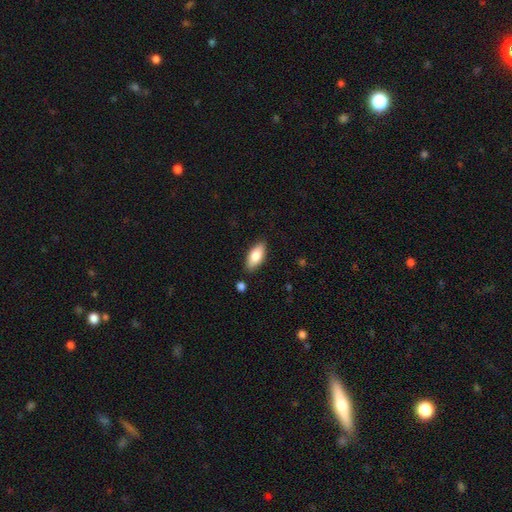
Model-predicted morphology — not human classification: Smooth or featured? Predicted: smooth (p=0.80). How rounded? Predicted: in between (p=0.86). Merging? Predicted: none (p=0.84).